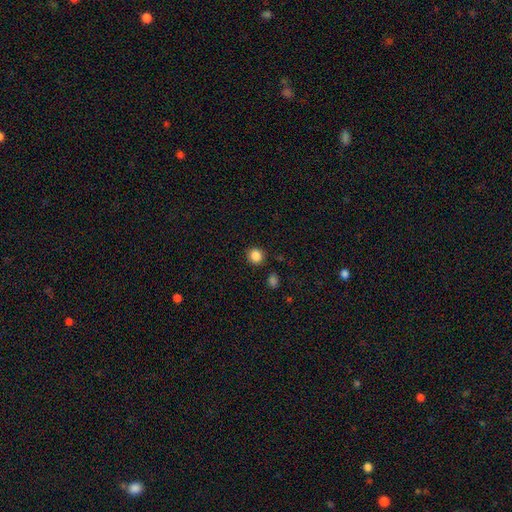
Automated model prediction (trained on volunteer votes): Q: Smooth or featured?
A: smooth (86%); runner-up: star or artifact (10%)
Q: How rounded?
A: round (86%); runner-up: in between (13%)
Q: Merging?
A: none (87%); runner-up: minor disturbance (8%)